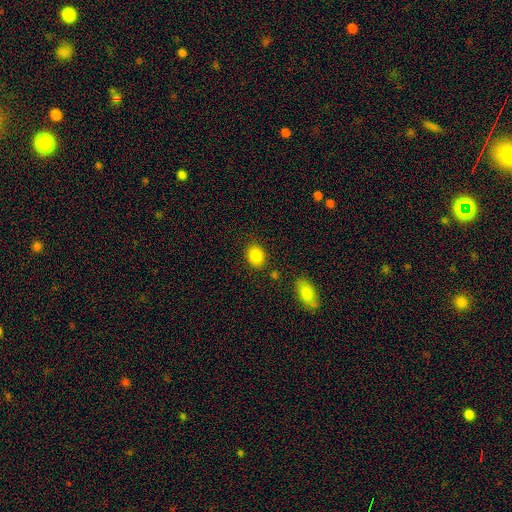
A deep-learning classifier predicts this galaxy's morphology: A smooth galaxy with no disk features (86%) that is in between round and cigar-shaped (58%).

Vote fractions:
- Smooth or featured? smooth: 86% / star or artifact: 8% / featured or disk: 6%
- How rounded? in between: 58% / round: 41% / cigar-shaped: 1%
- Merging? none: 83% / minor disturbance: 10% / merger: 4% / major disturbance: 3%